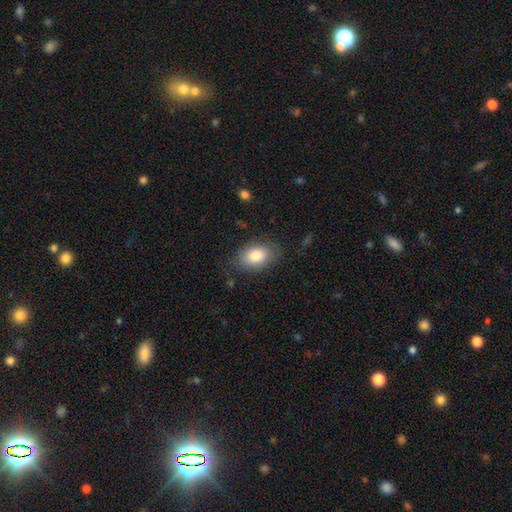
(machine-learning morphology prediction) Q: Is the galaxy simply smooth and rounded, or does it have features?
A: smooth — 83%.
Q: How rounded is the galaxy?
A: in between — 89%.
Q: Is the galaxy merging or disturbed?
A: none — 78%.